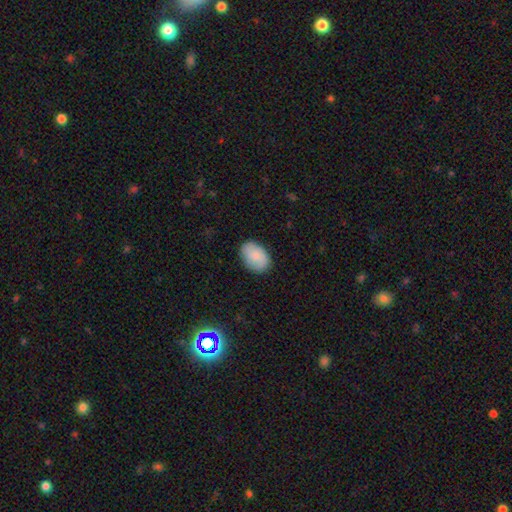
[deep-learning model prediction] Smooth or featured? smooth (84%)
How rounded? in between (84%)
Merging? none (83%)